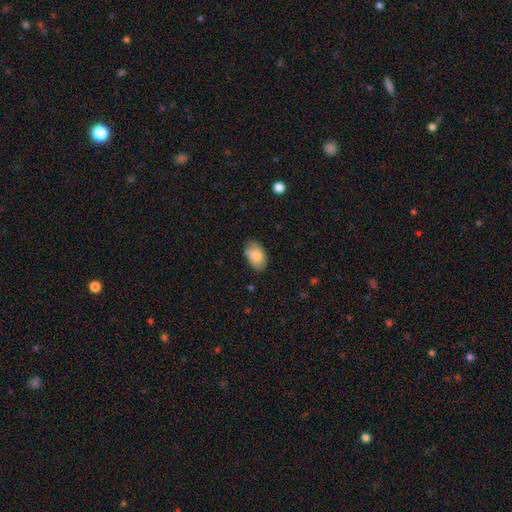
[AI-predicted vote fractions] Smooth or featured? Predicted: smooth (p=0.79). How rounded? Predicted: in between (p=0.90). Merging? Predicted: none (p=0.72).